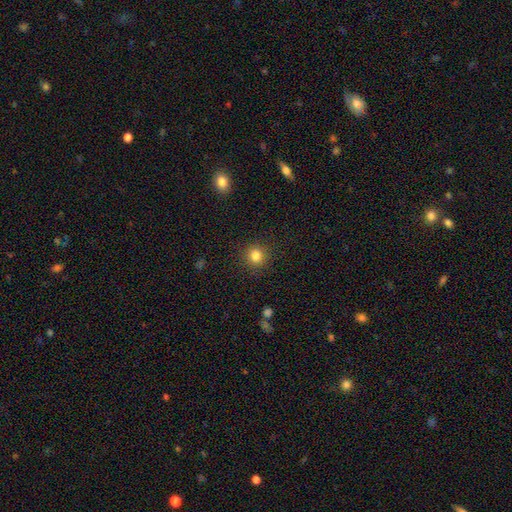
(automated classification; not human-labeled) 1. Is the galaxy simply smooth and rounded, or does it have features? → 83% smooth, 12% star or artifact, 5% featured or disk.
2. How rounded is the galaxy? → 92% round, 7% in between, 1% cigar-shaped.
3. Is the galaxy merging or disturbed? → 91% none, 6% minor disturbance, 2% major disturbance, 1% merger.